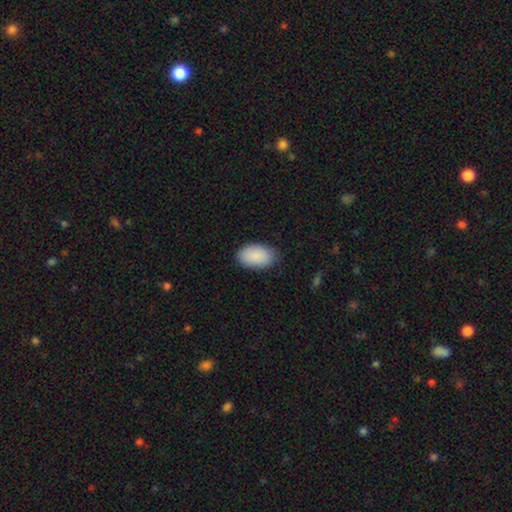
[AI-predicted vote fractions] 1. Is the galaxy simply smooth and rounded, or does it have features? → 91% smooth, 6% star or artifact, 4% featured or disk.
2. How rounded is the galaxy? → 94% in between, 4% round, 1% cigar-shaped.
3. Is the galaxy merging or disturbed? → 84% none, 13% minor disturbance, 2% major disturbance, 1% merger.